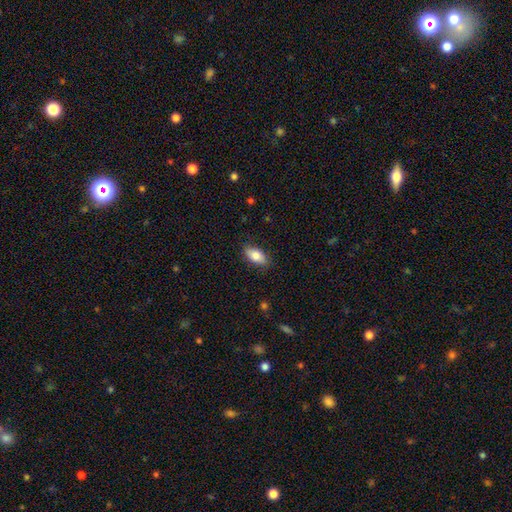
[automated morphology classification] Q: Smooth or featured?
A: smooth (81%); runner-up: featured or disk (12%)
Q: How rounded?
A: in between (90%); runner-up: cigar-shaped (6%)
Q: Merging?
A: none (85%); runner-up: minor disturbance (11%)